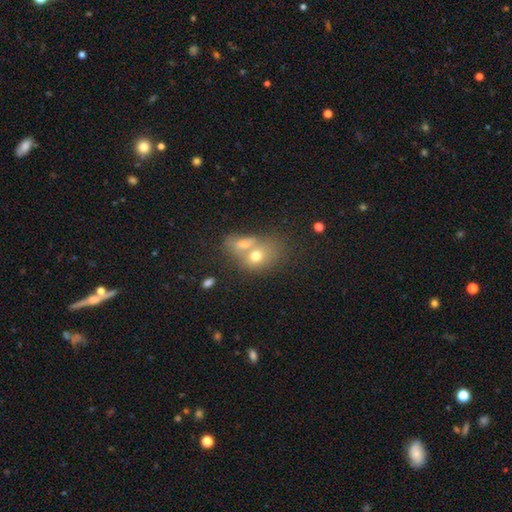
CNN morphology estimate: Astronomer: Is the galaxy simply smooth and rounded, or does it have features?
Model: smooth — 65%.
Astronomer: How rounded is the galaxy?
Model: in between — 59% (runner-up: round, 40%).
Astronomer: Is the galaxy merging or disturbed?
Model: merger — 67%.